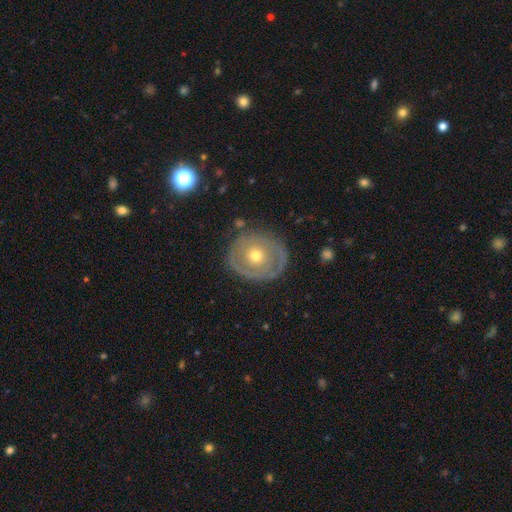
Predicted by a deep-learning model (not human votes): Smooth or featured? Predicted: featured or disk (p=0.63). Edge-on disk? Predicted: no (p=0.96). Bar? Predicted: no (p=0.88). Spiral arms? Predicted: no (p=0.59). Bulge size? Predicted: moderate (p=0.55). Merging? Predicted: none (p=0.78).